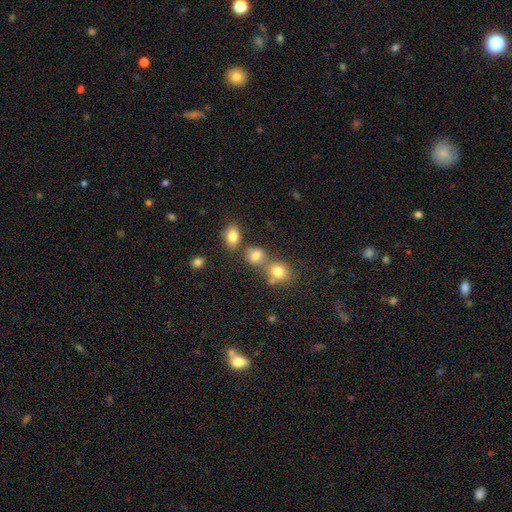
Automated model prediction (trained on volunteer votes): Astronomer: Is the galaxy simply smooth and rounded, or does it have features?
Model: smooth — 78%.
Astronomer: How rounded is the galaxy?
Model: round — 60% (runner-up: in between, 38%).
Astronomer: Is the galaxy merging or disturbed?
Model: none — 52% (runner-up: merger, 33%).